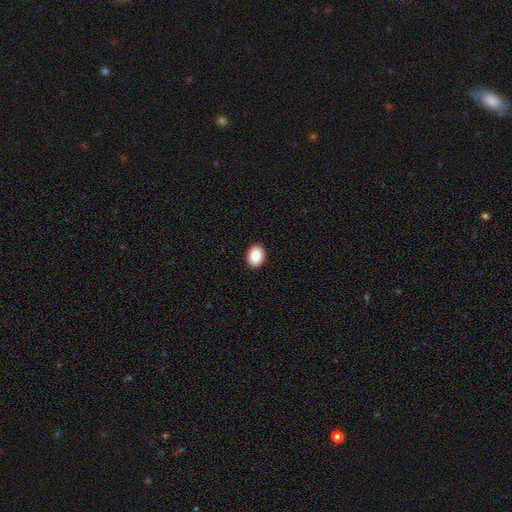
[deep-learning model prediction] A smooth galaxy with no disk features (88%) that is in between round and cigar-shaped (68%). Merging: none (92%).